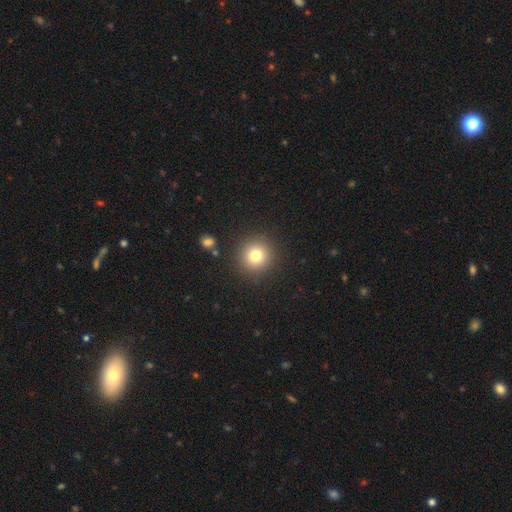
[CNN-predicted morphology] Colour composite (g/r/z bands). It shows a smooth galaxy with no disk features (78%) that is round (94%). Merging: none (89%).